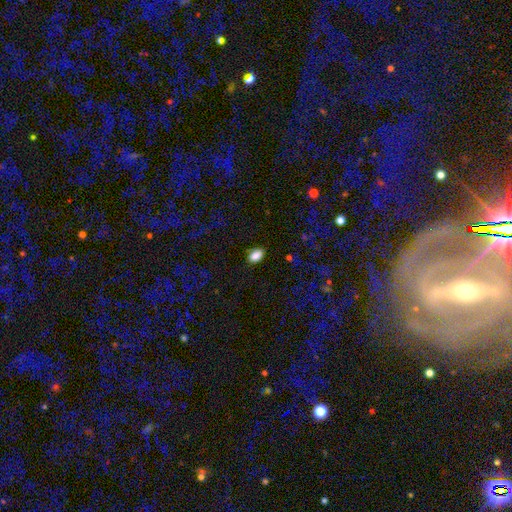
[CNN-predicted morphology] Smooth or featured? Predicted: smooth (p=0.87). How rounded? Predicted: in between (p=0.91). Merging? Predicted: none (p=0.87).